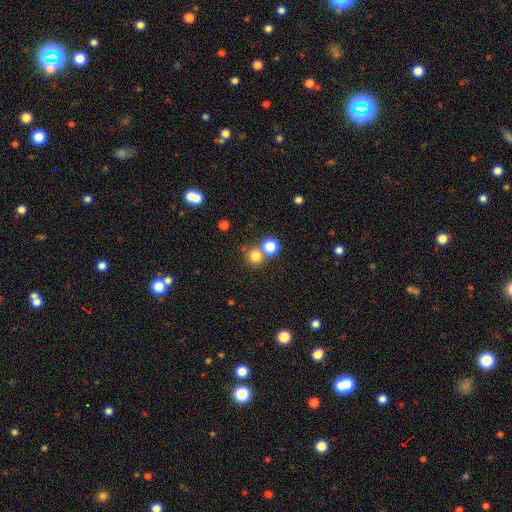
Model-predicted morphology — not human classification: smooth_or_featured: smooth (p=0.78) [alt: star or artifact p=0.15]
how_rounded: round (p=0.89) [alt: in between p=0.10]
merging: none (p=0.61) [alt: merger p=0.30]